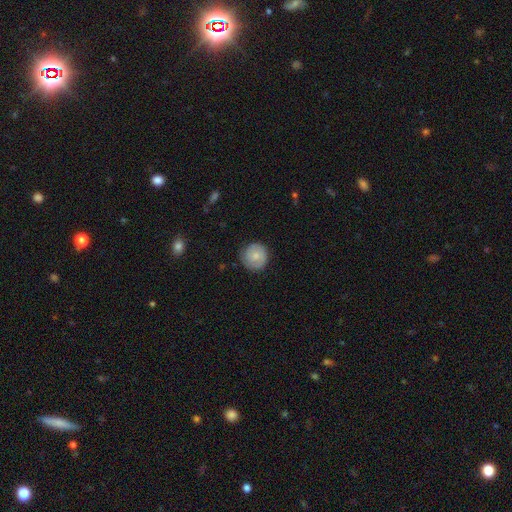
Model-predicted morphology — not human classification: Smooth or featured? Predicted: smooth (p=0.62). How rounded? Predicted: round (p=0.92). Merging? Predicted: none (p=0.81).